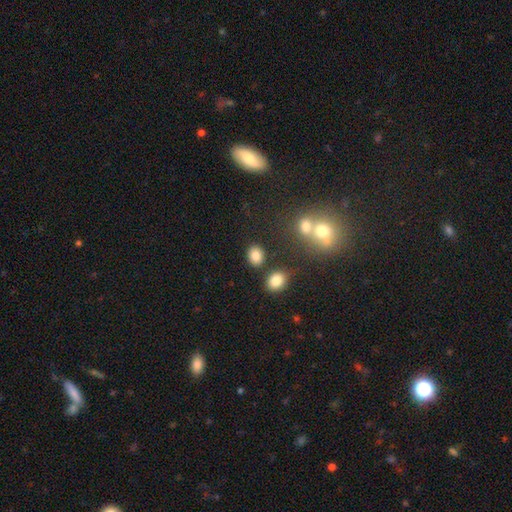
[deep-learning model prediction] smooth-or-featured: smooth: 84% | star or artifact: 11% | featured or disk: 6%
  how-rounded: round: 51% | in between: 48% | cigar-shaped: 1%
  merging: none: 80% | minor disturbance: 9% | merger: 7% | major disturbance: 3%